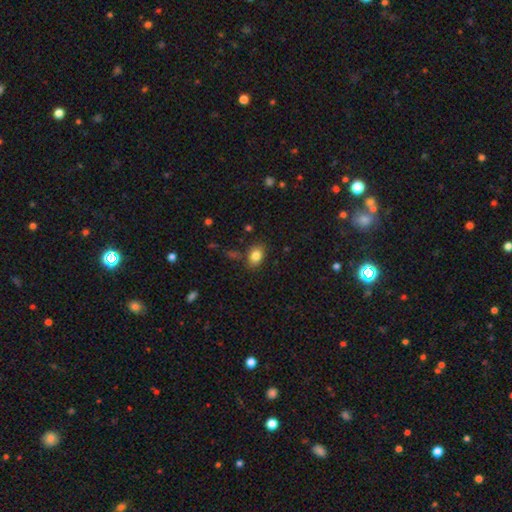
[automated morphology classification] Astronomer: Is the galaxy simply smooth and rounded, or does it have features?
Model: smooth — 83%.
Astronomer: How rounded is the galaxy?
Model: in between — 71%.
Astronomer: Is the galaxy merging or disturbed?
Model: none — 78%.